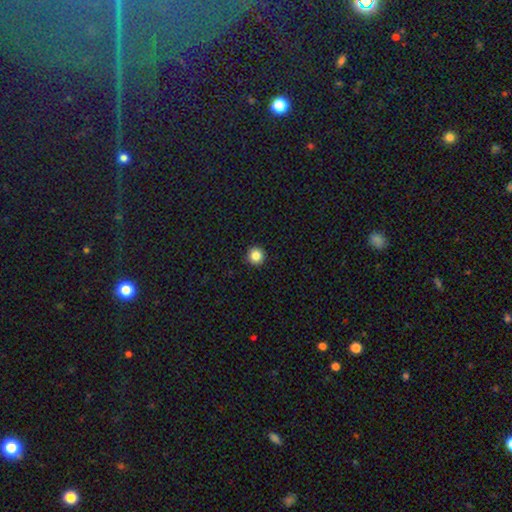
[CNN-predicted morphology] Smooth or featured: smooth — 85% (star or artifact — 11%)
How rounded: round — 96% (in between — 3%)
Merging: none — 93% (minor disturbance — 5%)